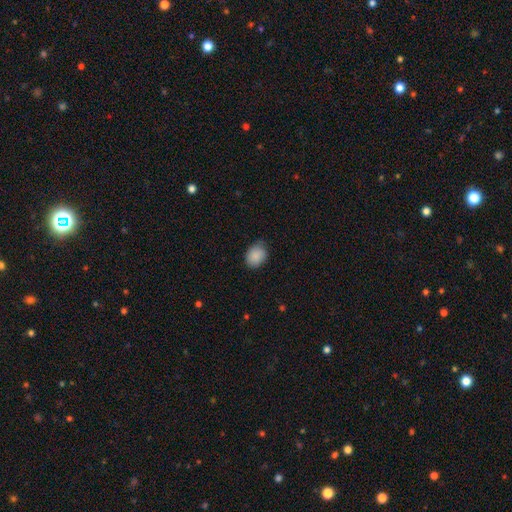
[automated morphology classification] type=smooth (88%); roundness=in between (60%); merging=none (70%).